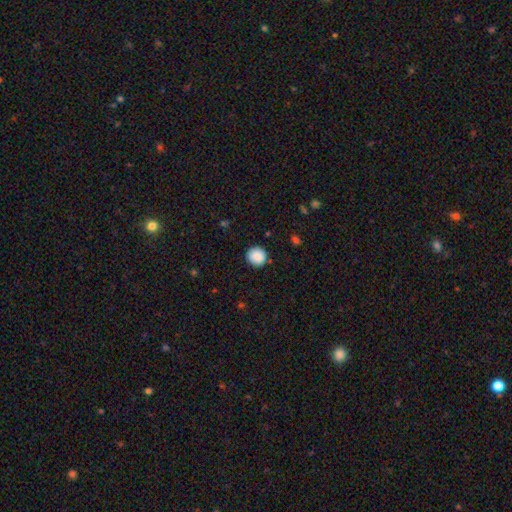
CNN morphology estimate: Smooth or featured?
  - smooth: 88% *
  - star or artifact: 8%
  - featured or disk: 3%
How rounded?
  - round: 94% *
  - in between: 5%
  - cigar-shaped: 1%
Merging?
  - none: 90% *
  - minor disturbance: 7%
  - major disturbance: 2%
  - merger: 1%